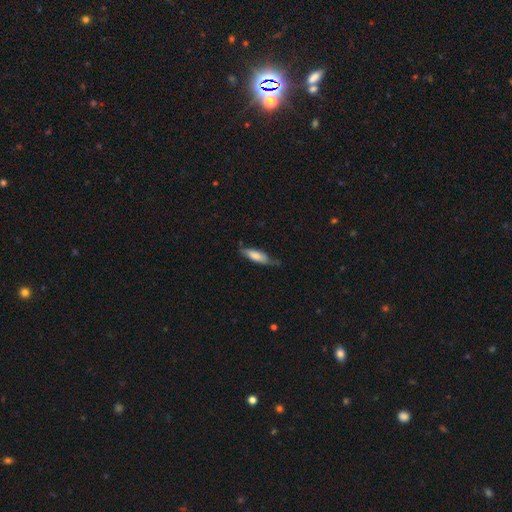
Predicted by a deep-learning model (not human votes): smooth-or-featured: smooth: 71% | featured or disk: 23% | star or artifact: 6%
  how-rounded: cigar-shaped: 54% | in between: 44% | round: 2%
  merging: none: 62% | minor disturbance: 29% | major disturbance: 7% | merger: 2%